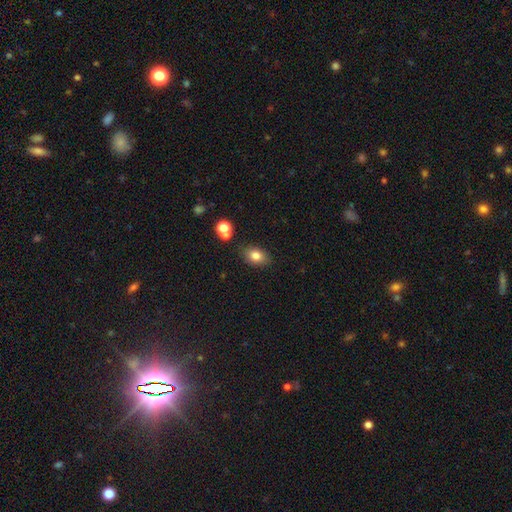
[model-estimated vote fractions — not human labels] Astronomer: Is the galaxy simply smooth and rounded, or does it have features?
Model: smooth — 80%.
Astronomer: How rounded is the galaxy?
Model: in between — 79%.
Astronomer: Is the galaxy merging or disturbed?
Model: none — 80%.